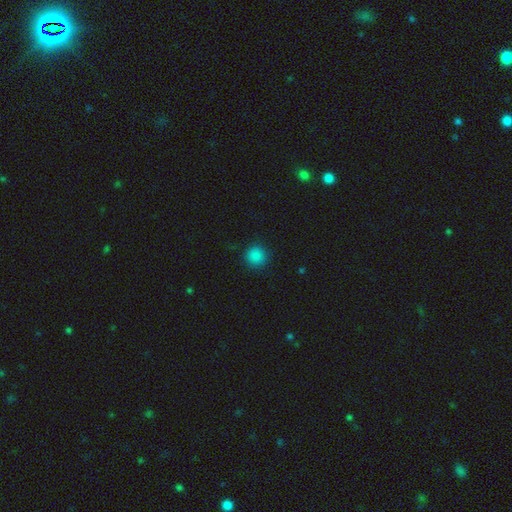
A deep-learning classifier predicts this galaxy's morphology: This appears to be a smooth galaxy with no disk features (85%) that is round (93%). Merging: none (90%).